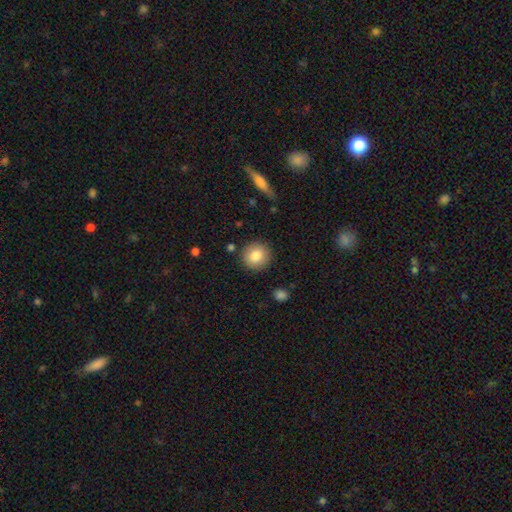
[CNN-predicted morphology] Smooth or featured?
  - smooth: 84% *
  - star or artifact: 8%
  - featured or disk: 8%
How rounded?
  - round: 92% *
  - in between: 7%
  - cigar-shaped: 1%
Merging?
  - none: 88% *
  - minor disturbance: 7%
  - major disturbance: 2%
  - merger: 2%